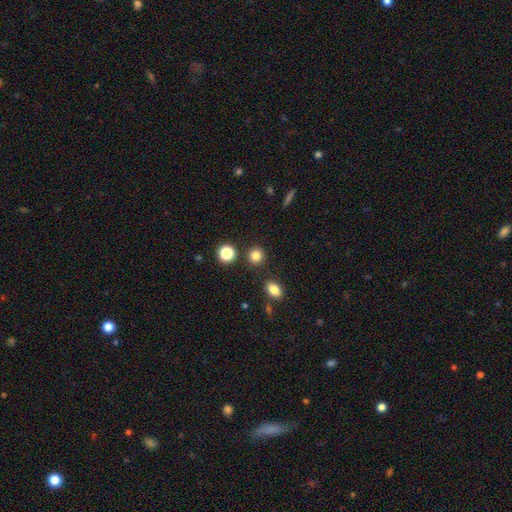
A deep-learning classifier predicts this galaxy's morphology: A smooth galaxy with no disk features (83%) that is round (90%).

Vote fractions:
- Smooth or featured? smooth: 83% / star or artifact: 13% / featured or disk: 4%
- How rounded? round: 90% / in between: 9% / cigar-shaped: 1%
- Merging? none: 87% / minor disturbance: 6% / merger: 4% / major disturbance: 2%